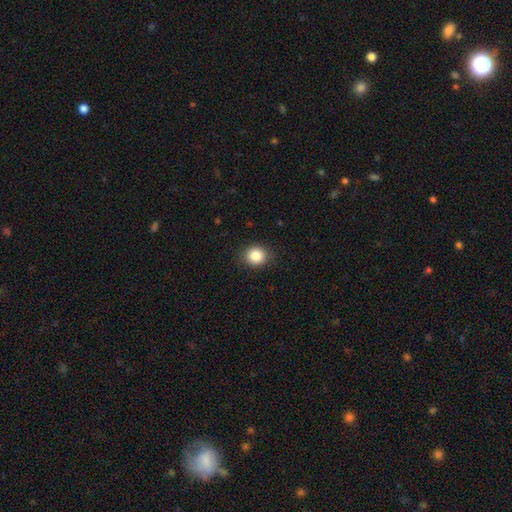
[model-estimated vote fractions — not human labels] Overall: smooth (86%). How rounded: round (84%). Merging: none (89%).